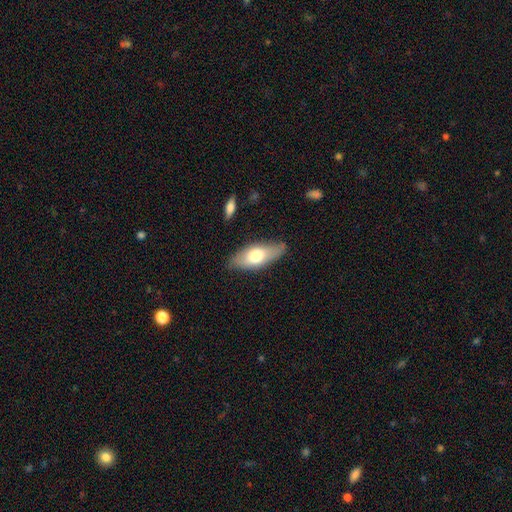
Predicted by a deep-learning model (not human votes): A smooth galaxy with no disk features (66%) that is in between round and cigar-shaped (76%). Merging: none (79%).